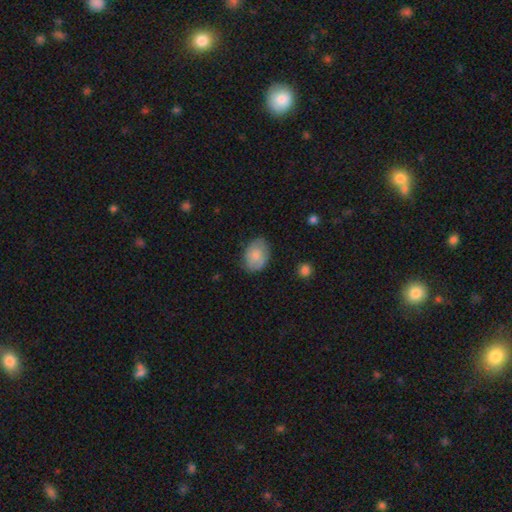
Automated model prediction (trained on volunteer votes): Smooth or featured?
  - smooth: 76% *
  - featured or disk: 18%
  - star or artifact: 7%
How rounded?
  - in between: 73% *
  - round: 26%
  - cigar-shaped: 1%
Merging?
  - none: 75% *
  - minor disturbance: 20%
  - major disturbance: 4%
  - merger: 1%